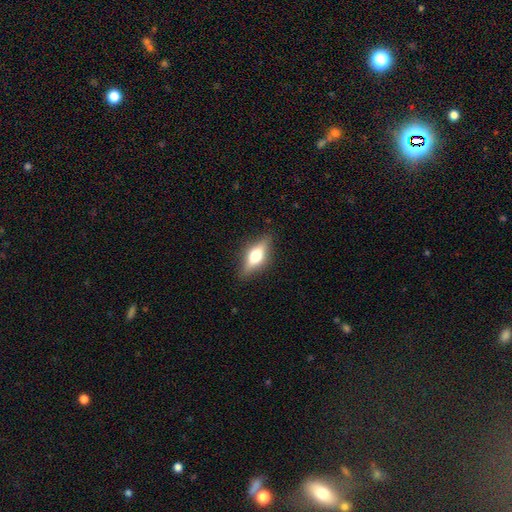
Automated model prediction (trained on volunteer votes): Smooth or featured: smooth — 49% (featured or disk — 43%)
Merging: none — 85% (minor disturbance — 11%)